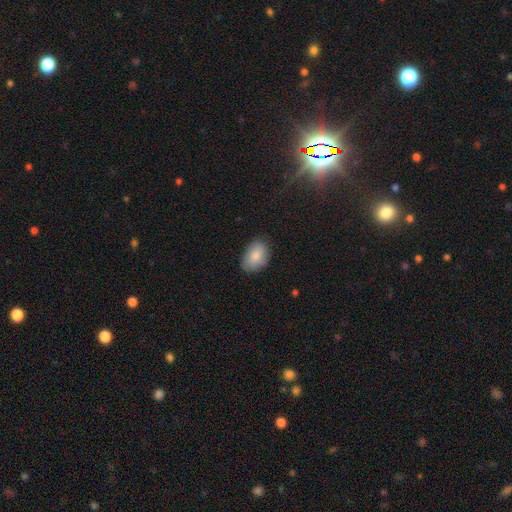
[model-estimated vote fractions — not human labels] Smooth or featured: smooth — 83% (featured or disk — 10%)
How rounded: in between — 87% (round — 12%)
Merging: none — 81% (minor disturbance — 15%)